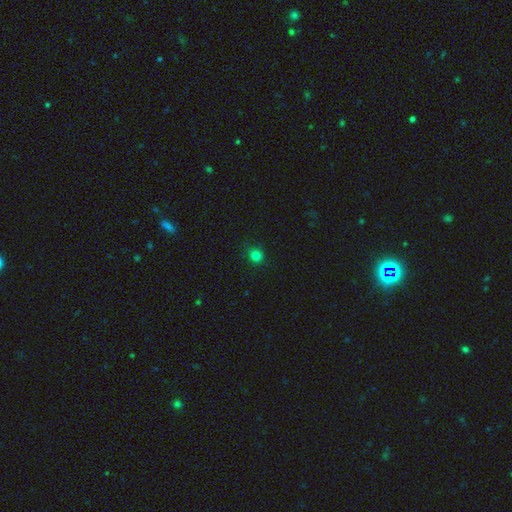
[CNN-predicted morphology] Overall: smooth (81%). How rounded: round (88%). Merging: none (86%).